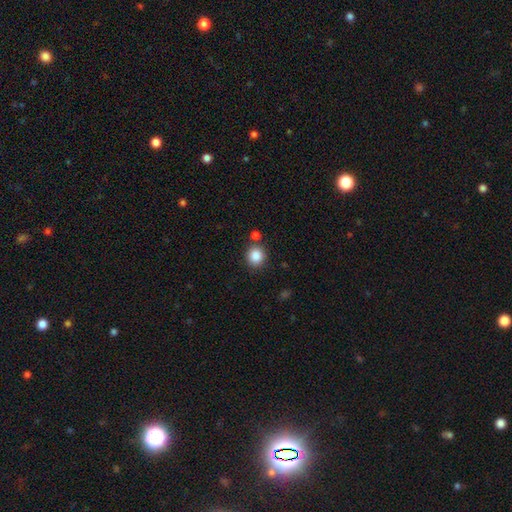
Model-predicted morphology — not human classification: Overall: smooth (86%). How rounded: round (87%). Merging: none (78%).